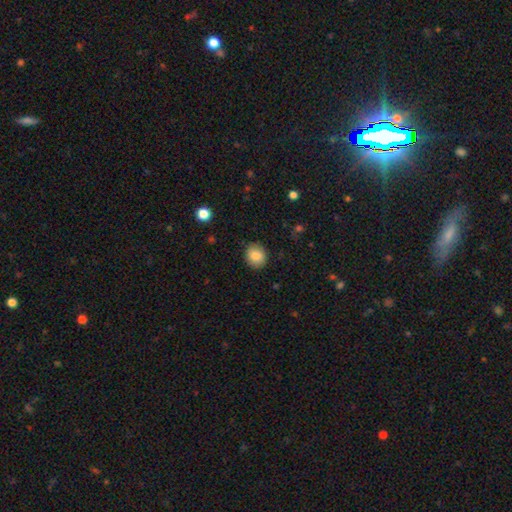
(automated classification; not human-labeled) This appears to be a smooth galaxy with no disk features (86%) that is round (69%). Merging: none (86%).